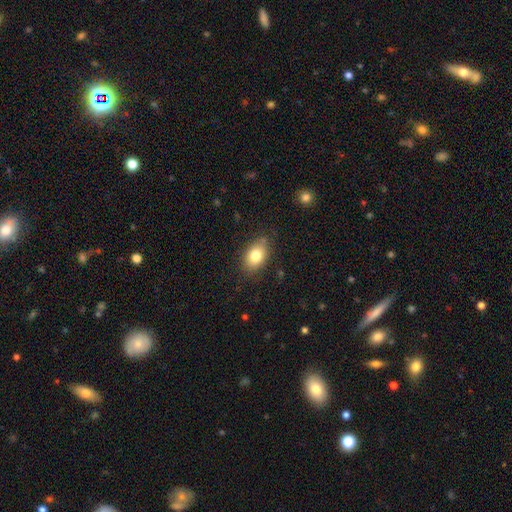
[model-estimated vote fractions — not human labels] smooth_or_featured: smooth (p=0.80) [alt: featured or disk p=0.11]
how_rounded: in between (p=0.82) [alt: round p=0.17]
merging: none (p=0.80) [alt: minor disturbance p=0.14]